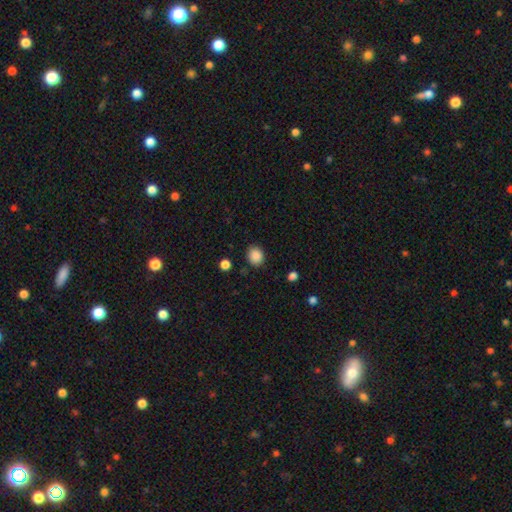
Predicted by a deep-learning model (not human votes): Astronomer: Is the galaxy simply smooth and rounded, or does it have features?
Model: smooth — 87%.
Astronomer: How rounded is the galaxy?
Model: round — 72%.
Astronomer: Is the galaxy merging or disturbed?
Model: none — 85%.